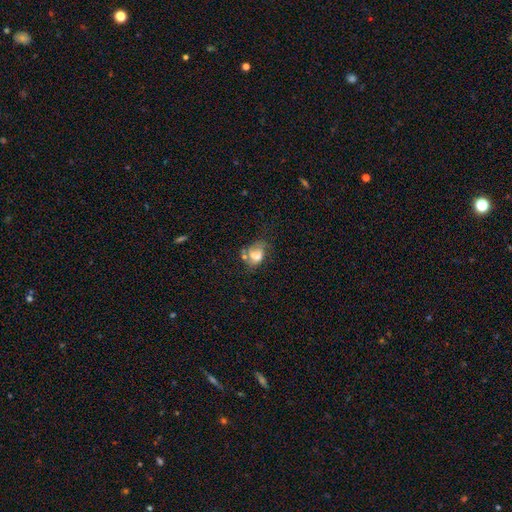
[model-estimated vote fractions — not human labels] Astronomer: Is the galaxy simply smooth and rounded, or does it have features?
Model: smooth — 50% (runner-up: featured or disk, 35%).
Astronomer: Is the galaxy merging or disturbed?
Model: none — 37% (runner-up: minor disturbance, 23%).